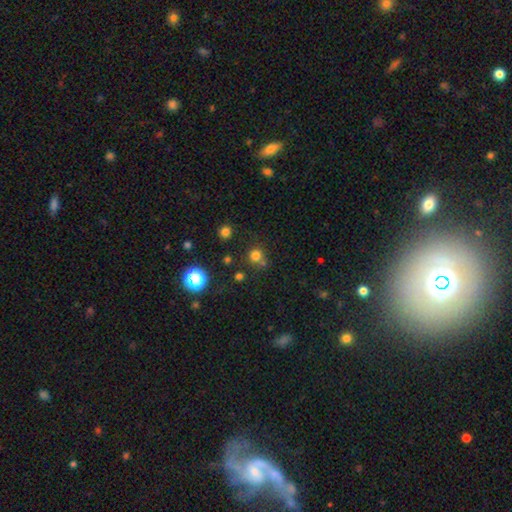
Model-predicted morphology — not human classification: smooth-or-featured: smooth: 71% | star or artifact: 22% | featured or disk: 7%
  how-rounded: round: 90% | in between: 9% | cigar-shaped: 1%
  merging: none: 67% | merger: 18% | minor disturbance: 10% | major disturbance: 4%